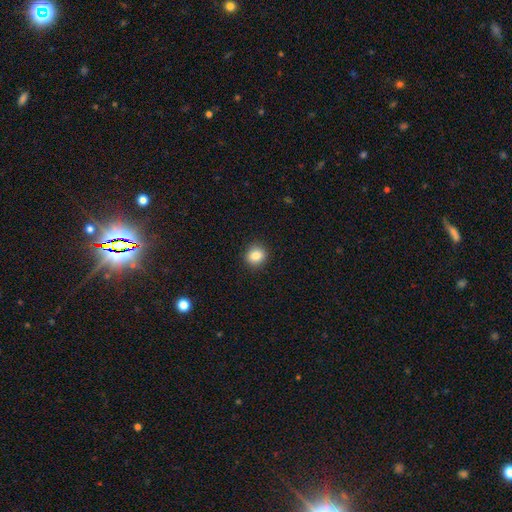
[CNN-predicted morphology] Smooth or featured: smooth — 85% (star or artifact — 10%)
How rounded: round — 84% (in between — 15%)
Merging: none — 91% (minor disturbance — 7%)